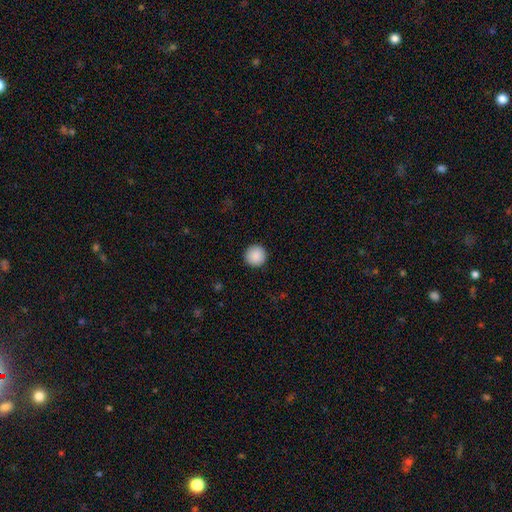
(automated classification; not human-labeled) Smooth or featured? Predicted: smooth (p=0.90). How rounded? Predicted: round (p=0.96). Merging? Predicted: none (p=0.93).